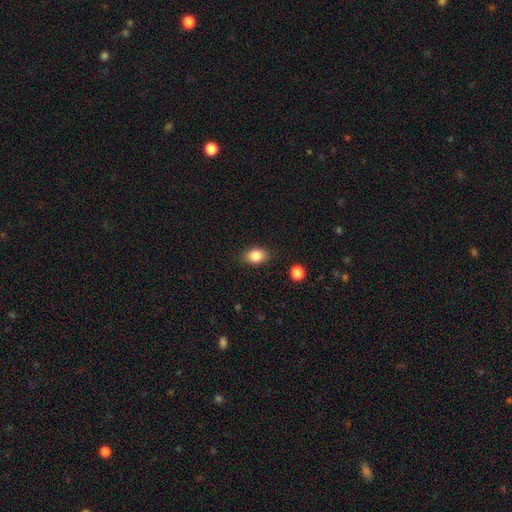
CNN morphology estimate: Overall: smooth (84%). How rounded: in between (74%). Merging: none (85%).